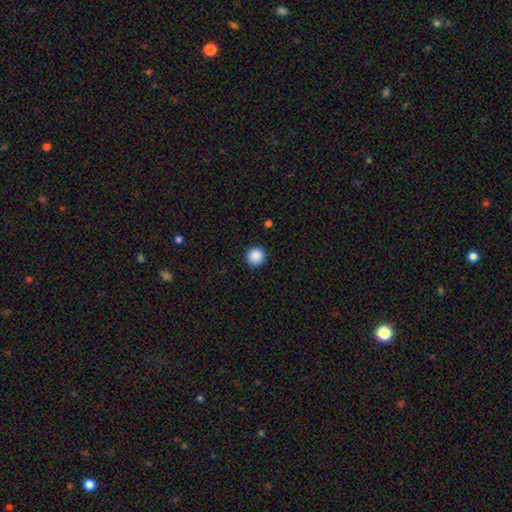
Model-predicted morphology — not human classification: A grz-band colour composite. It shows a smooth galaxy with no disk features (88%) that is round (95%). Merging: none (92%).